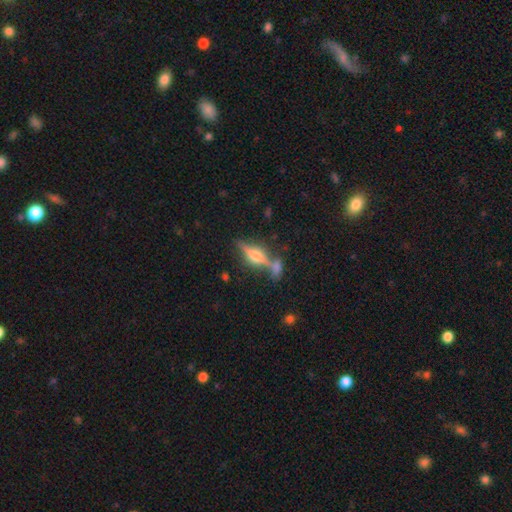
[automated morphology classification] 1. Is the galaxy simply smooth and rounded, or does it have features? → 71% featured or disk, 20% smooth, 9% star or artifact.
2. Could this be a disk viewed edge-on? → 93% yes, 7% no.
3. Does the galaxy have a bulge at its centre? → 90% rounded, 7% boxy, 3% none.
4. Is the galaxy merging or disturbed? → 66% none, 18% merger, 11% minor disturbance, 5% major disturbance.